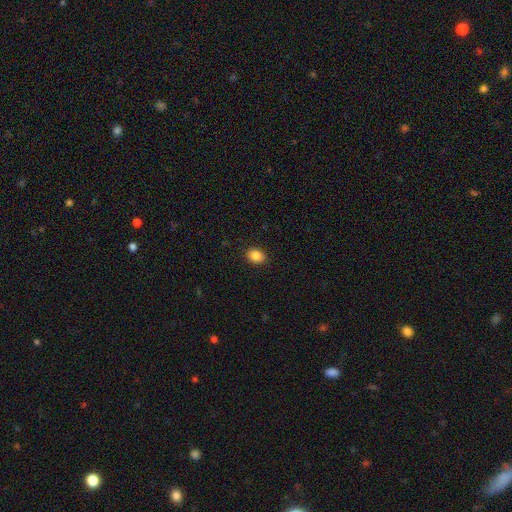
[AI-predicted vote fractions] Smooth or featured? smooth (86%)
How rounded? round (51%)
Merging? none (90%)